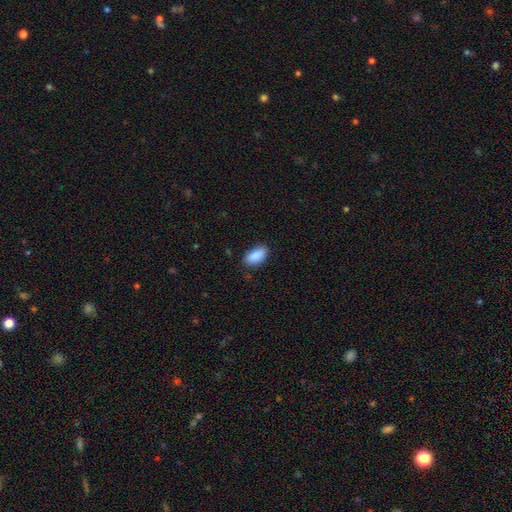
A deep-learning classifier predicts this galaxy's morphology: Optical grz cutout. It shows a smooth galaxy with no disk features (90%) that is in between round and cigar-shaped (93%). Merging: none (84%).